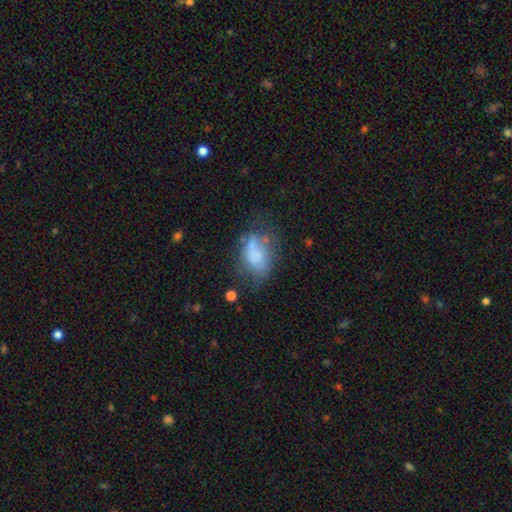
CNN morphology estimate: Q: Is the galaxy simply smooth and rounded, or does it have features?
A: smooth — 62%.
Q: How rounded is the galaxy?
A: in between — 78%.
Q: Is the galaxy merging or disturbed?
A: none — 34%.